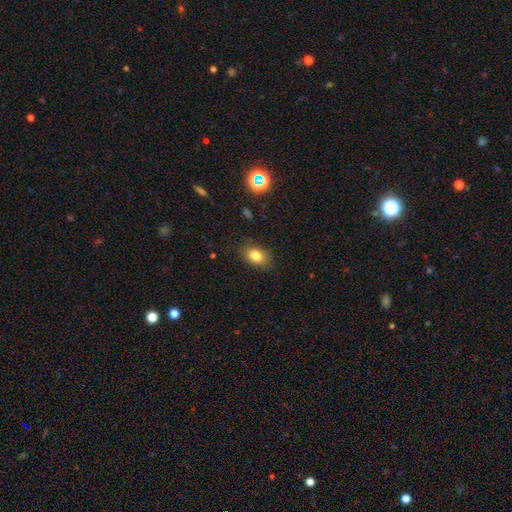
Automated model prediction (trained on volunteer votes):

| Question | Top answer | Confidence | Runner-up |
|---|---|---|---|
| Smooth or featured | smooth | 81% | star or artifact (11%) |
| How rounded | in between | 79% | round (20%) |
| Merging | none | 84% | minor disturbance (12%) |